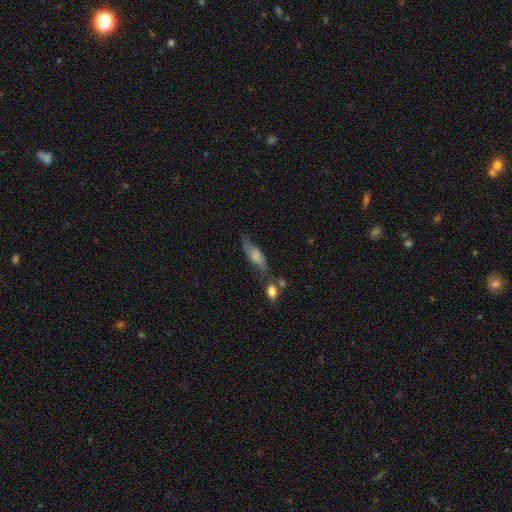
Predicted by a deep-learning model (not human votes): Smooth or featured? Predicted: smooth (p=0.55). How rounded? Predicted: in between (p=0.69). Merging? Predicted: none (p=0.45).